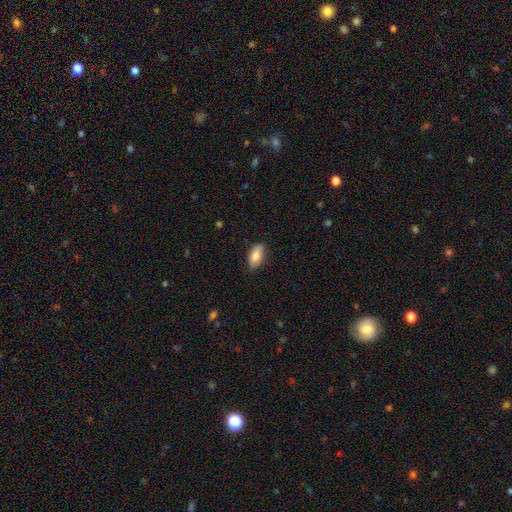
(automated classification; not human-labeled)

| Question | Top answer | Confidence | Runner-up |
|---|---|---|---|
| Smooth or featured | smooth | 80% | featured or disk (13%) |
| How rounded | in between | 88% | cigar-shaped (9%) |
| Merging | none | 81% | minor disturbance (16%) |